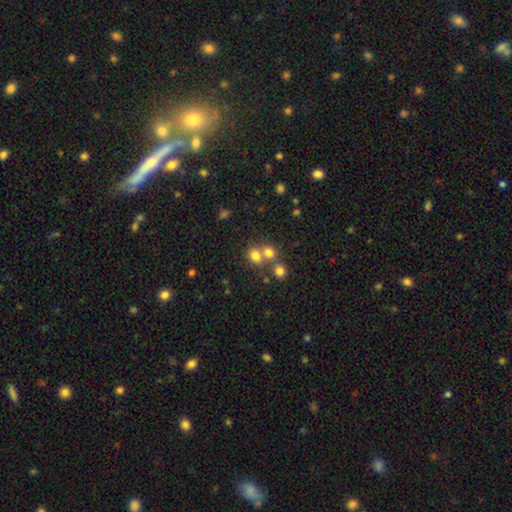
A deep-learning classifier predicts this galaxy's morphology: smooth_or_featured: smooth (p=0.74) [alt: star or artifact p=0.15]
how_rounded: round (p=0.61) [alt: in between p=0.38]
merging: merger (p=0.45) [alt: none p=0.43]